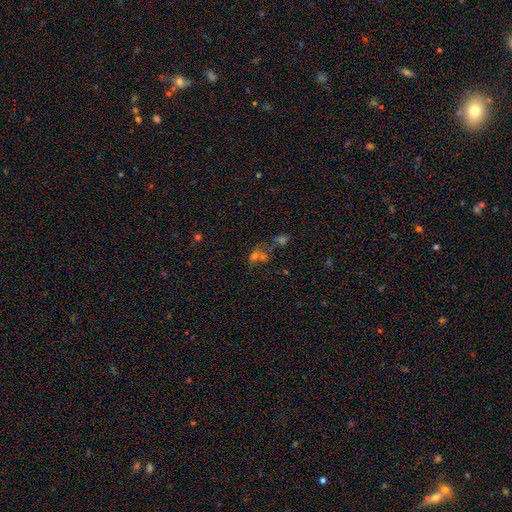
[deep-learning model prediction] A star or artifact, not a galaxy (40%).

Vote fractions:
- Smooth or featured? star or artifact: 40% / smooth: 35% / featured or disk: 25%